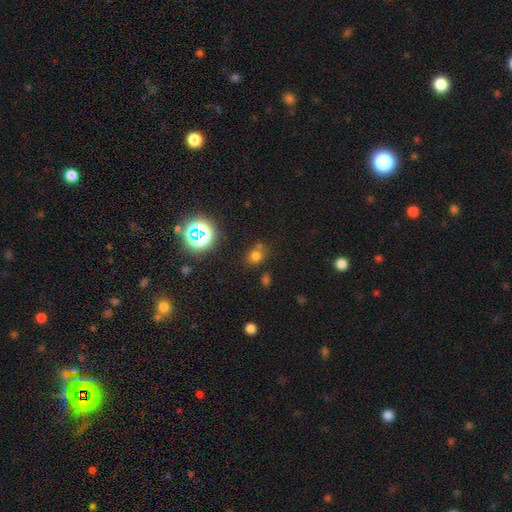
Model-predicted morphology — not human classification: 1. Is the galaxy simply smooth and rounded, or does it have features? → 65% smooth, 27% star or artifact, 8% featured or disk.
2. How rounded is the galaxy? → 63% round, 36% in between, 1% cigar-shaped.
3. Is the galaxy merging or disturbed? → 65% none, 17% minor disturbance, 12% merger, 6% major disturbance.